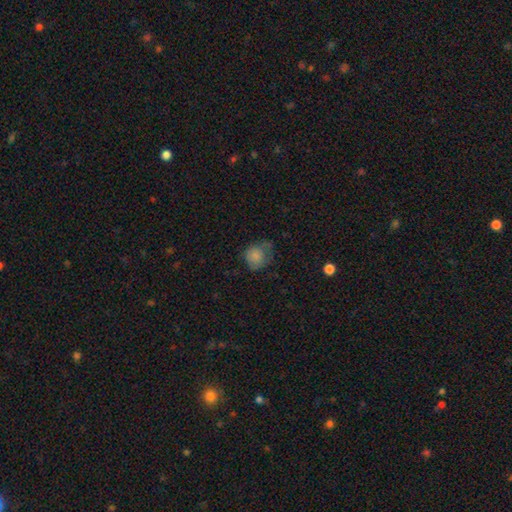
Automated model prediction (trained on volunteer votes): A smooth galaxy with no disk features (78%) that is round (70%).

Vote fractions:
- Smooth or featured? smooth: 78% / featured or disk: 12% / star or artifact: 10%
- How rounded? round: 70% / in between: 29% / cigar-shaped: 1%
- Merging? none: 41% / minor disturbance: 34% / major disturbance: 22% / merger: 2%